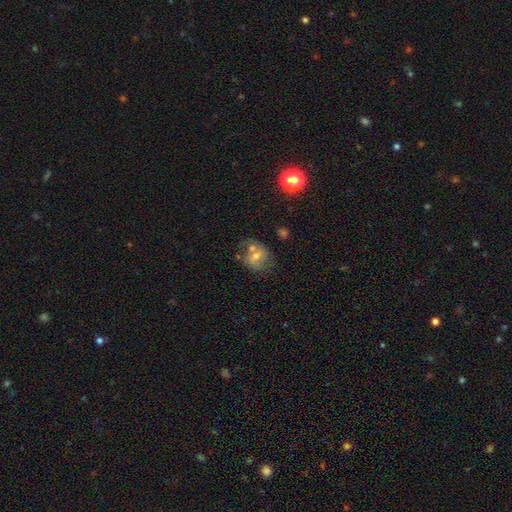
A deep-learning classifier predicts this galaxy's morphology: This appears to be a featured or disk galaxy (42%). Merging: none (54%).